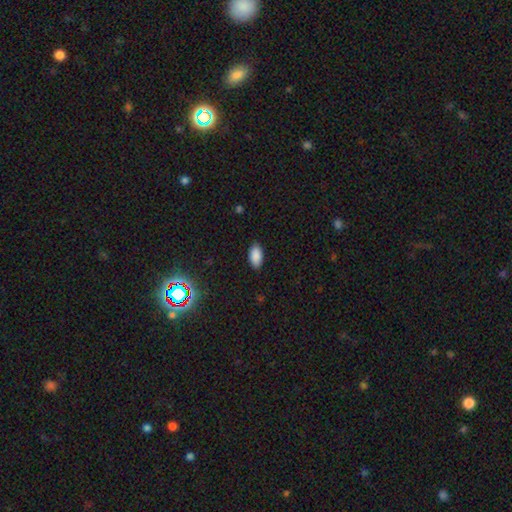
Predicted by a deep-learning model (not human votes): Smooth or featured?
  - smooth: 87% *
  - star or artifact: 9%
  - featured or disk: 4%
How rounded?
  - in between: 94% *
  - round: 3%
  - cigar-shaped: 3%
Merging?
  - none: 87% *
  - minor disturbance: 10%
  - major disturbance: 2%
  - merger: 1%